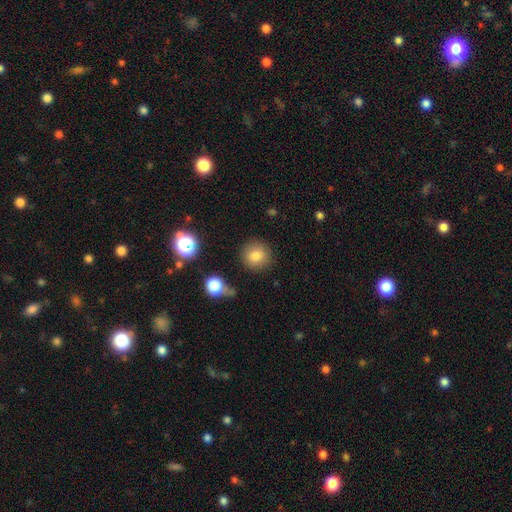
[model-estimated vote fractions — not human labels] Q: Smooth or featured?
A: smooth (81%); runner-up: star or artifact (11%)
Q: How rounded?
A: round (91%); runner-up: in between (8%)
Q: Merging?
A: none (84%); runner-up: minor disturbance (10%)